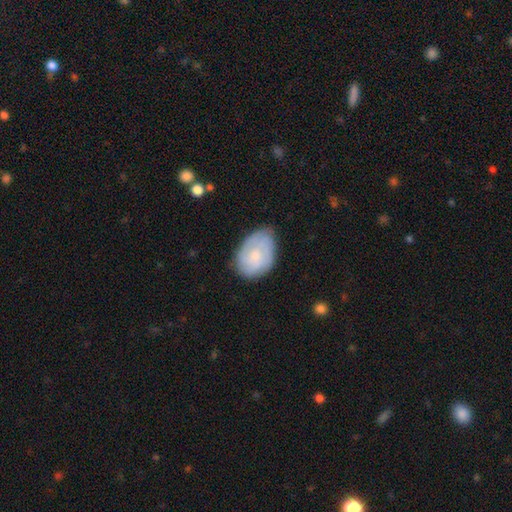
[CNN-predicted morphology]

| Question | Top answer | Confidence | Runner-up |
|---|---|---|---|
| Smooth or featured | smooth | 53% | featured or disk (41%) |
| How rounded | in between | 81% | round (18%) |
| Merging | none | 64% | minor disturbance (28%) |